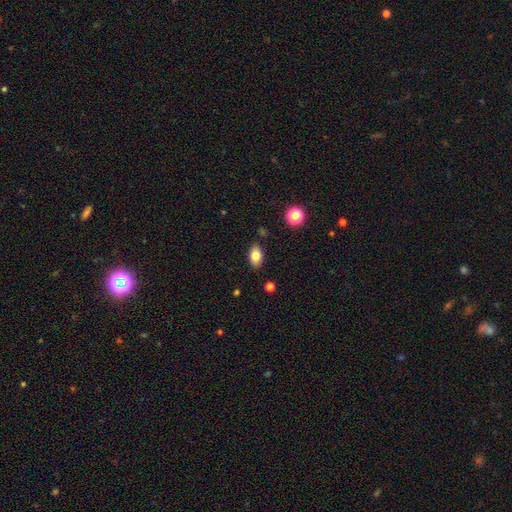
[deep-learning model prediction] smooth 80%, featured or disk 11%, star or artifact 9%. Down the decision tree: how rounded — in between (88%); merging — none (86%).